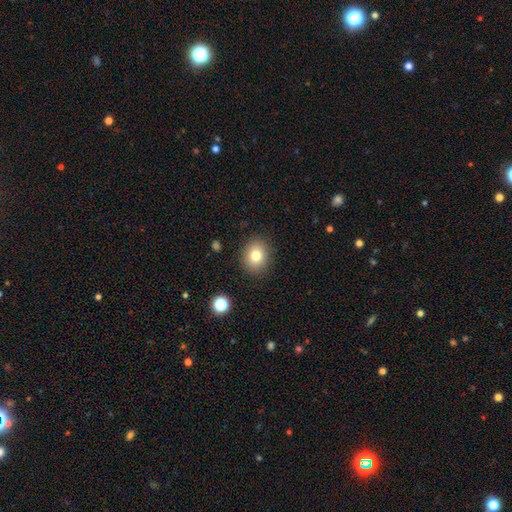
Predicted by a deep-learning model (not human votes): smooth_or_featured: smooth (p=0.80) [alt: star or artifact p=0.11]
how_rounded: round (p=0.62) [alt: in between p=0.38]
merging: none (p=0.88) [alt: minor disturbance p=0.08]